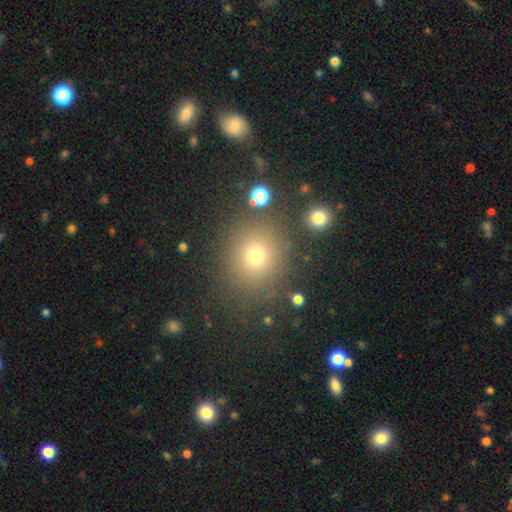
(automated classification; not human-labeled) A smooth galaxy with no disk features (69%) that is round (81%). Merging: none (84%).